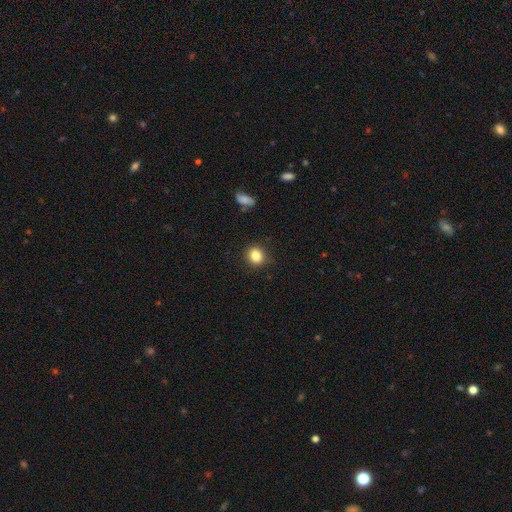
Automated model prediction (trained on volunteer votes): Smooth or featured?
  - smooth: 85% *
  - star or artifact: 10%
  - featured or disk: 5%
How rounded?
  - round: 71% *
  - in between: 28%
  - cigar-shaped: 1%
Merging?
  - none: 86% *
  - minor disturbance: 10%
  - major disturbance: 3%
  - merger: 1%